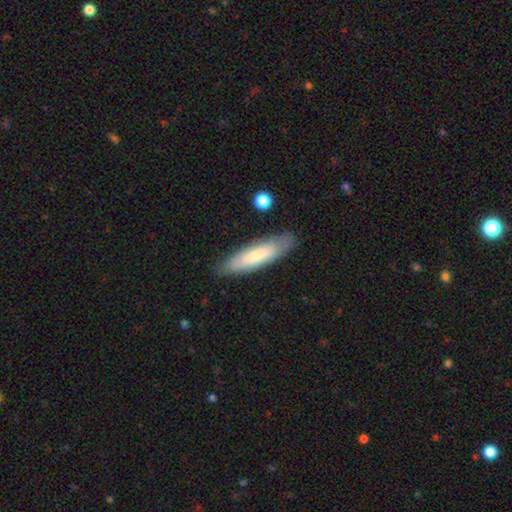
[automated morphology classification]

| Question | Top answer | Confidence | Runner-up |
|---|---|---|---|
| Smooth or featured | smooth | 69% | featured or disk (25%) |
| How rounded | cigar-shaped | 65% | in between (33%) |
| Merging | none | 83% | minor disturbance (13%) |